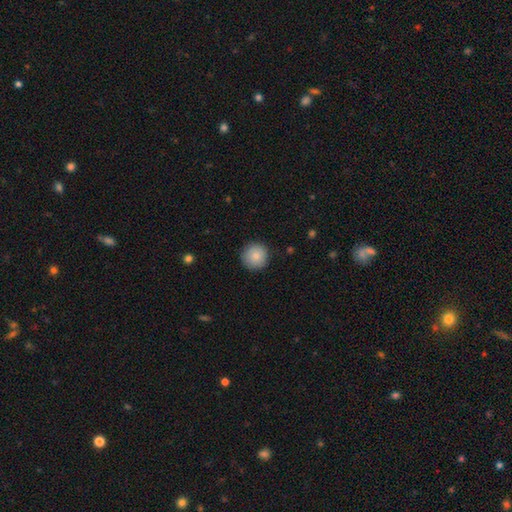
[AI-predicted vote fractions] Overall: smooth (83%). How rounded: round (95%). Merging: none (89%).